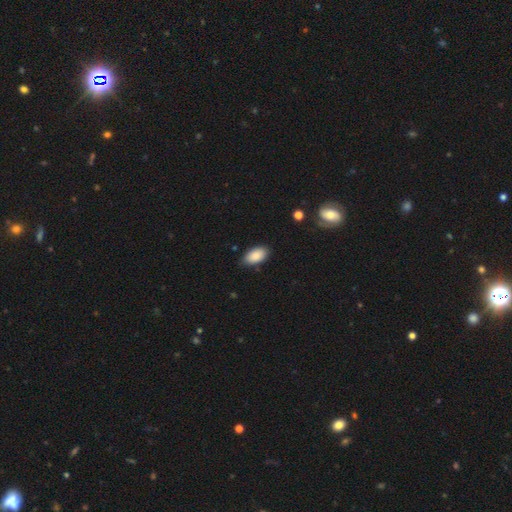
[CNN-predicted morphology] A smooth galaxy with no disk features (88%) that is in between round and cigar-shaped (94%).

Vote fractions:
- Smooth or featured? smooth: 88% / star or artifact: 7% / featured or disk: 6%
- How rounded? in between: 94% / round: 3% / cigar-shaped: 2%
- Merging? none: 80% / minor disturbance: 16% / major disturbance: 3% / merger: 1%